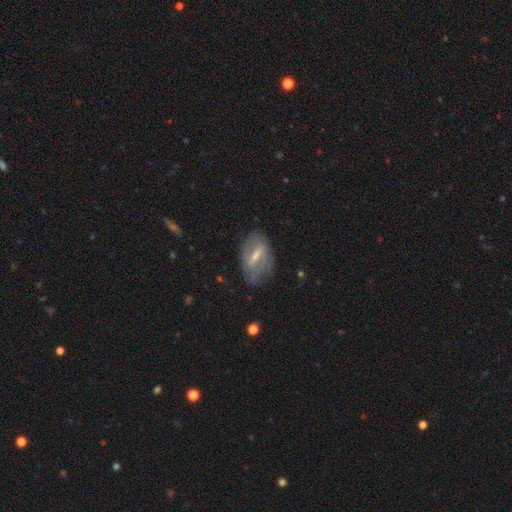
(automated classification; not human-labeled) smooth_or_featured: featured or disk (p=0.63) [alt: smooth p=0.28]
disk_edge_on: no (p=0.87) [alt: yes p=0.13]
bar: strong (p=0.49) [alt: weak p=0.39]
has_spiral_arms: yes (p=0.56) [alt: no p=0.44]
bulge_size: moderate (p=0.43) [alt: small p=0.42]
merging: none (p=0.69) [alt: minor disturbance p=0.21]